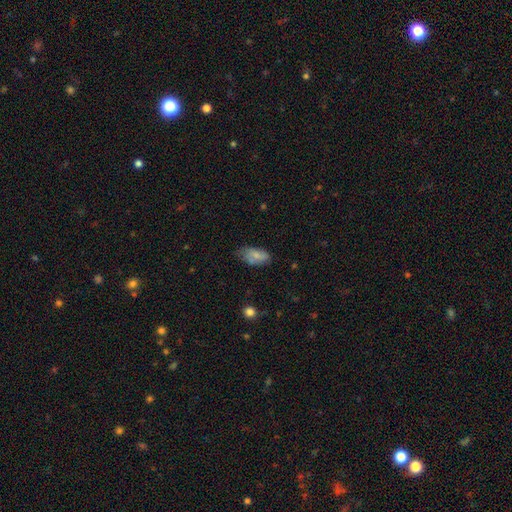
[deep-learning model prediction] A smooth galaxy with no disk features (72%) that is in between round and cigar-shaped (92%).

Vote fractions:
- Smooth or featured? smooth: 72% / featured or disk: 21% / star or artifact: 7%
- How rounded? in between: 92% / cigar-shaped: 5% / round: 3%
- Merging? none: 52% / minor disturbance: 35% / major disturbance: 10% / merger: 3%